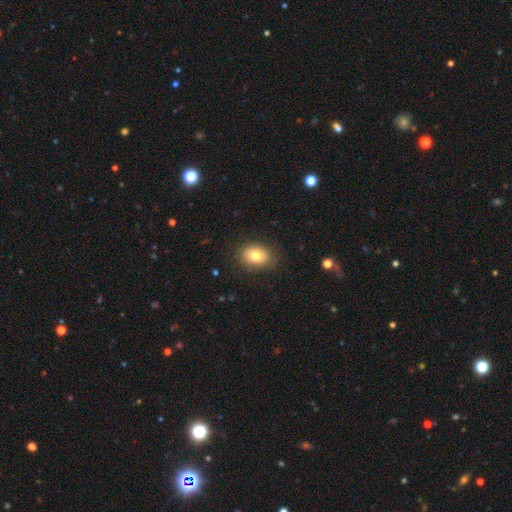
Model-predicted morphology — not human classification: smooth-or-featured: smooth: 78% | featured or disk: 12% | star or artifact: 9%
  how-rounded: in between: 74% | round: 25% | cigar-shaped: 1%
  merging: none: 85% | minor disturbance: 11% | major disturbance: 3% | merger: 1%